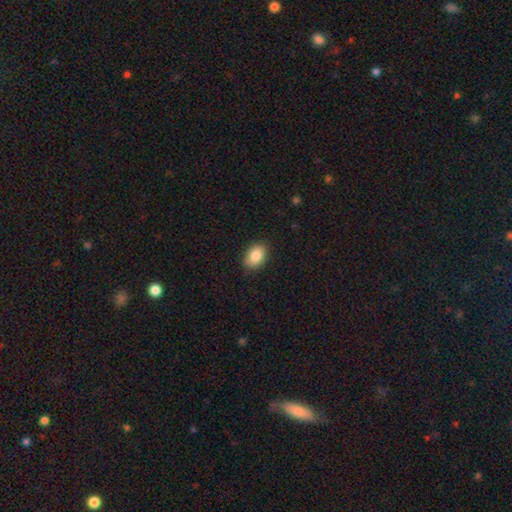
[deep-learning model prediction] Morphology: type=smooth (87%); roundness=in between (84%); merging=none (85%).